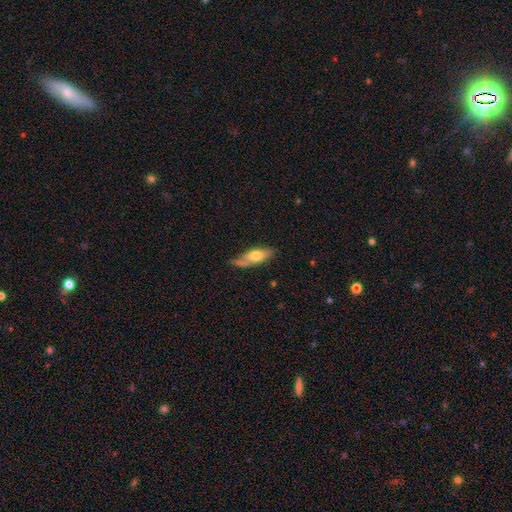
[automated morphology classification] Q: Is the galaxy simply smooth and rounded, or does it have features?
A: smooth — 60%.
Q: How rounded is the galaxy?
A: in between — 66%.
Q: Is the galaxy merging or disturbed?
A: none — 51%.